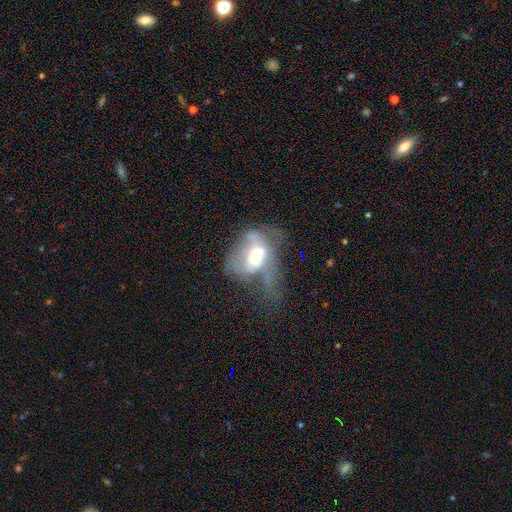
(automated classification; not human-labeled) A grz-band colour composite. It shows a featured or disk galaxy (50%). Merging: major disturbance (52%).